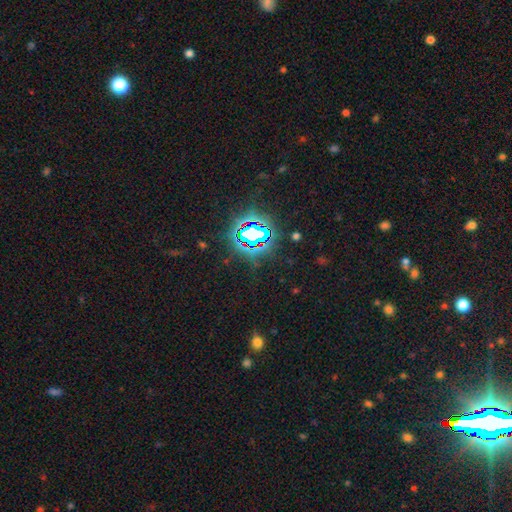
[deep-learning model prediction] Smooth or featured? Predicted: star or artifact (p=0.85).